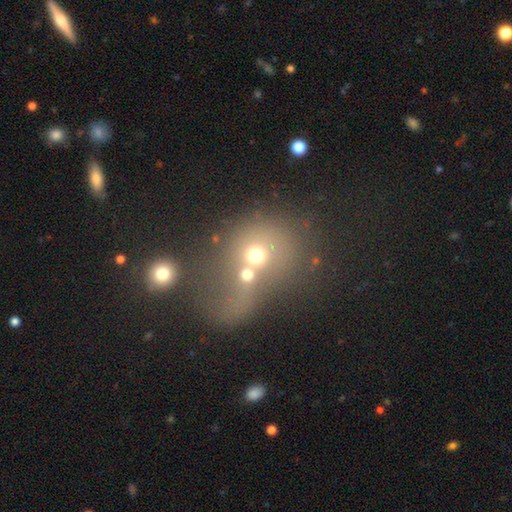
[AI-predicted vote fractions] A smooth galaxy with no disk features (56%) that is round (66%). Merging: merger (67%).